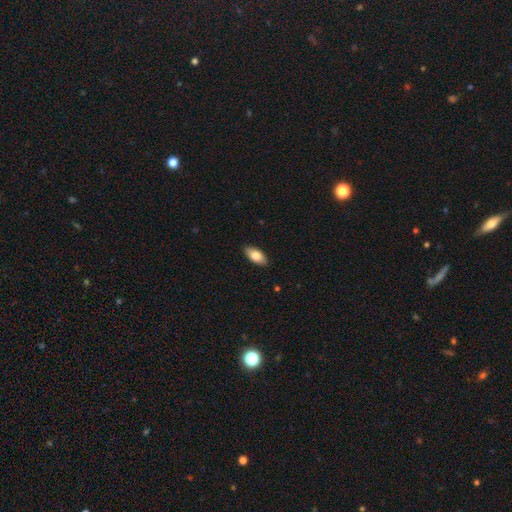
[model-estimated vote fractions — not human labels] smooth-or-featured: smooth: 81% | featured or disk: 12% | star or artifact: 6%
  how-rounded: in between: 90% | cigar-shaped: 7% | round: 3%
  merging: none: 89% | minor disturbance: 9% | major disturbance: 2% | merger: 1%